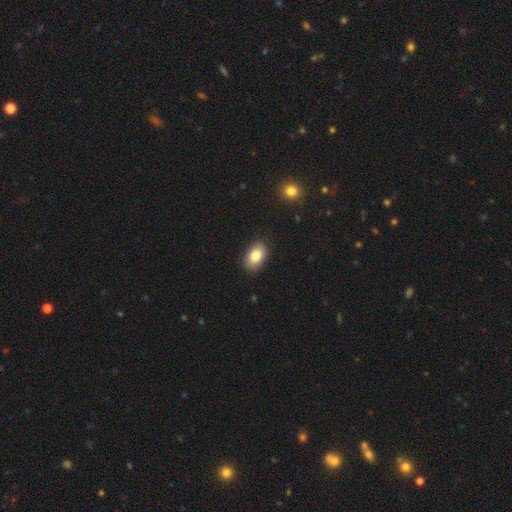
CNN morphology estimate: smooth_or_featured: smooth (p=0.83) [alt: featured or disk p=0.09]
how_rounded: in between (p=0.89) [alt: round p=0.09]
merging: none (p=0.88) [alt: minor disturbance p=0.09]